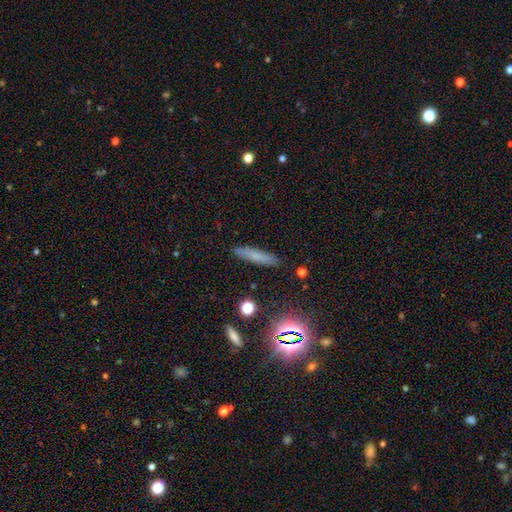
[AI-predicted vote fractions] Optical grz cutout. It shows a smooth galaxy with no disk features (69%) that is cigar-shaped (86%). Merging: none (87%).